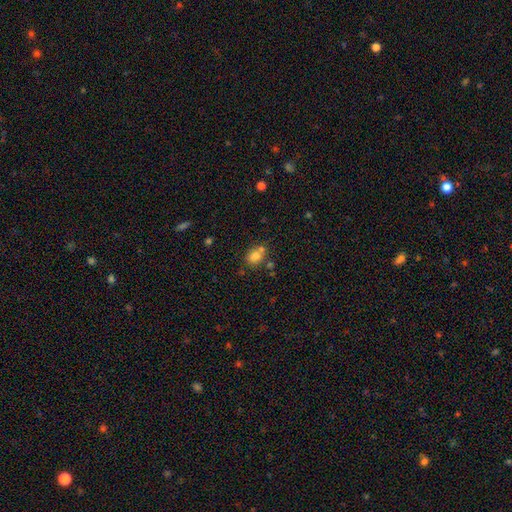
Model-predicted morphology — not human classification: Smooth or featured?
  - smooth: 75% *
  - star or artifact: 14%
  - featured or disk: 11%
How rounded?
  - in between: 50% *
  - round: 49%
  - cigar-shaped: 1%
Merging?
  - none: 53% *
  - merger: 30%
  - minor disturbance: 13%
  - major disturbance: 4%